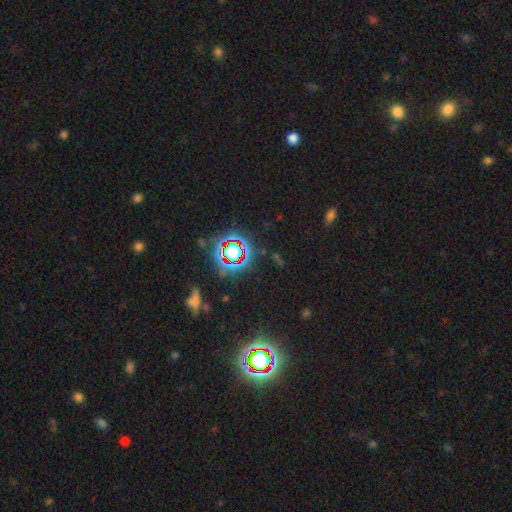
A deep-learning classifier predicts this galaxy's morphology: This is likely a star or artifact rather than a galaxy (79%).